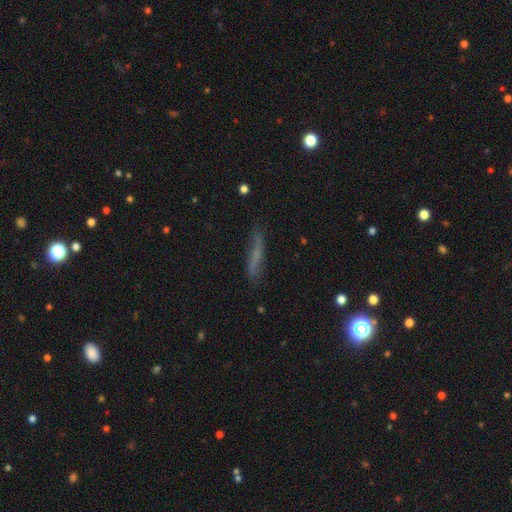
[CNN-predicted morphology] The model was most divided on "smooth or featured": smooth: 56%, featured or disk: 31%, star or artifact: 13%. More confident: how rounded — cigar-shaped (86%); merging — none (69%).